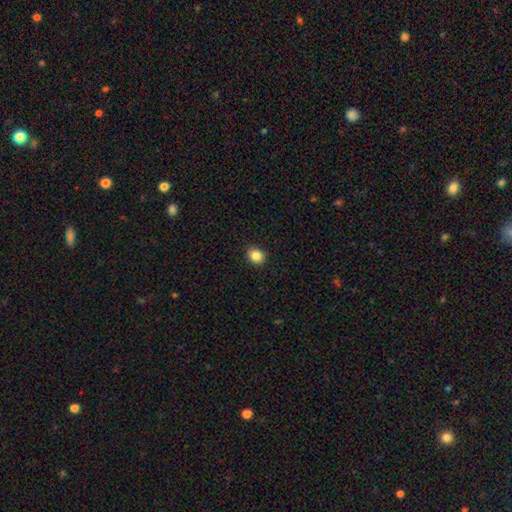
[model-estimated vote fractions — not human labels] A smooth galaxy with no disk features (85%) that is round (61%).

Vote fractions:
- Smooth or featured? smooth: 85% / star or artifact: 10% / featured or disk: 5%
- How rounded? round: 61% / in between: 38% / cigar-shaped: 1%
- Merging? none: 92% / minor disturbance: 6% / major disturbance: 2% / merger: 1%